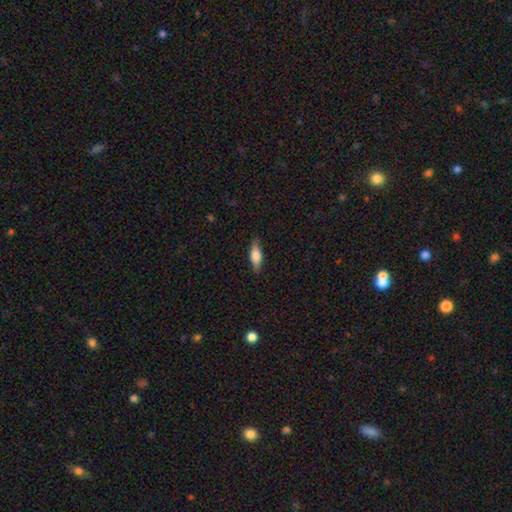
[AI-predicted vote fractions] A smooth galaxy with no disk features (63%) that is in between round and cigar-shaped (57%). Merging: none (84%).